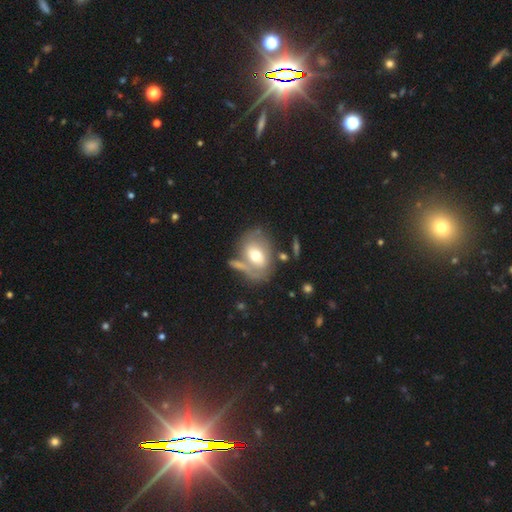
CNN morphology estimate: A smooth galaxy with no disk features (55%) that is in between round and cigar-shaped (67%).

Vote fractions:
- Smooth or featured? smooth: 55% / featured or disk: 38% / star or artifact: 7%
- How rounded? in between: 67% / round: 31% / cigar-shaped: 2%
- Merging? none: 51% / merger: 20% / minor disturbance: 19% / major disturbance: 10%